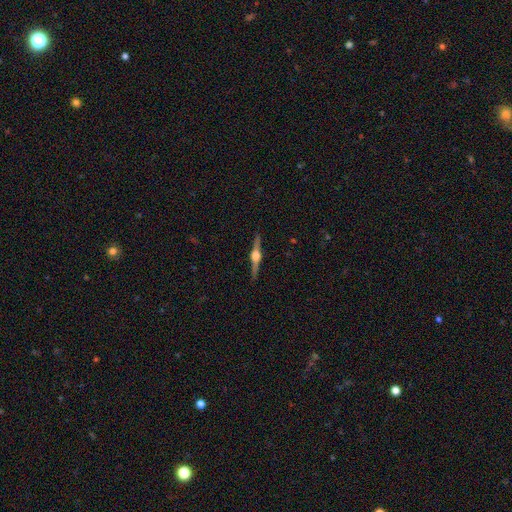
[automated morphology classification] A featured or disk galaxy (85%) viewed edge-on (98%) with a rounded central bulge (94%).

Vote fractions:
- Smooth or featured? featured or disk: 85% / smooth: 10% / star or artifact: 5%
- Edge-on disk? yes: 98% / no: 2%
- Edge-on bulge? rounded: 94% / boxy: 4% / none: 1%
- Merging? none: 91% / minor disturbance: 6% / major disturbance: 1% / merger: 1%